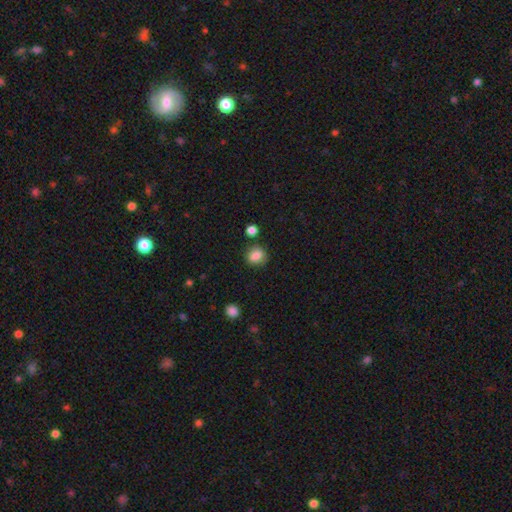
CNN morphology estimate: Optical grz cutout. It shows a smooth galaxy with no disk features (85%) that is round (59%). Merging: none (78%).